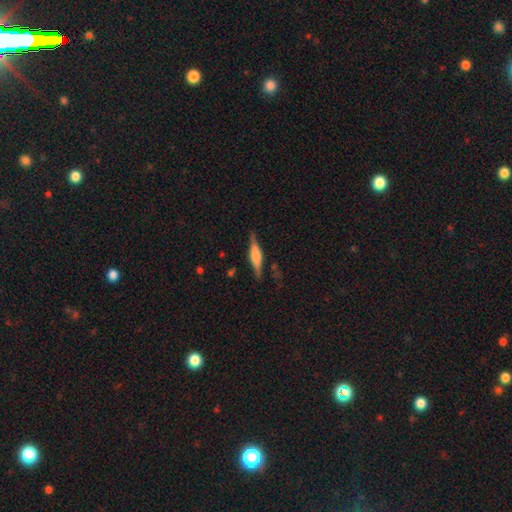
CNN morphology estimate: This appears to be a featured or disk galaxy (66%) viewed edge-on (97%) with a rounded central bulge (65%). Merging: none (85%).